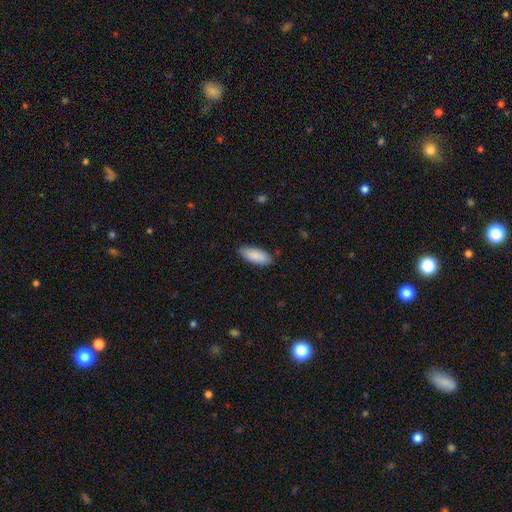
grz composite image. It shows a smooth galaxy with no disk features (95%) that is in between round and cigar-shaped (95%). Merging: none (97%).